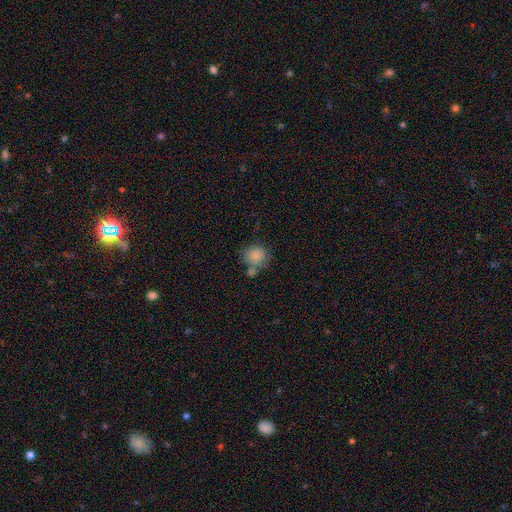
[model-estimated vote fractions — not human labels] A smooth galaxy with no disk features (84%) that is round (82%).

Vote fractions:
- Smooth or featured? smooth: 84% / star or artifact: 8% / featured or disk: 8%
- How rounded? round: 82% / in between: 17% / cigar-shaped: 1%
- Merging? none: 53% / merger: 24% / minor disturbance: 17% / major disturbance: 6%